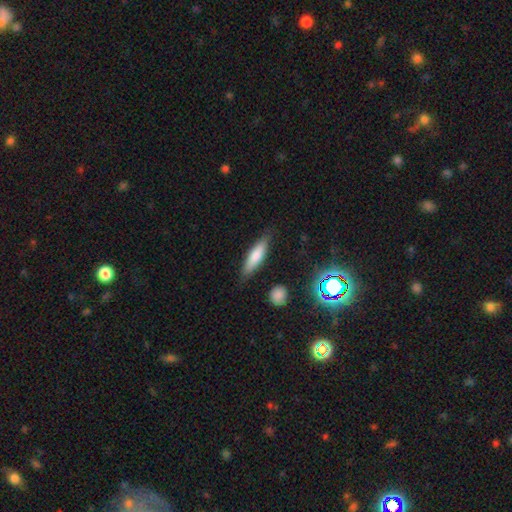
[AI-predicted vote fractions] smooth_or_featured: smooth (p=0.72) [alt: featured or disk p=0.20]
how_rounded: cigar-shaped (p=0.65) [alt: in between p=0.33]
merging: none (p=0.82) [alt: minor disturbance p=0.13]